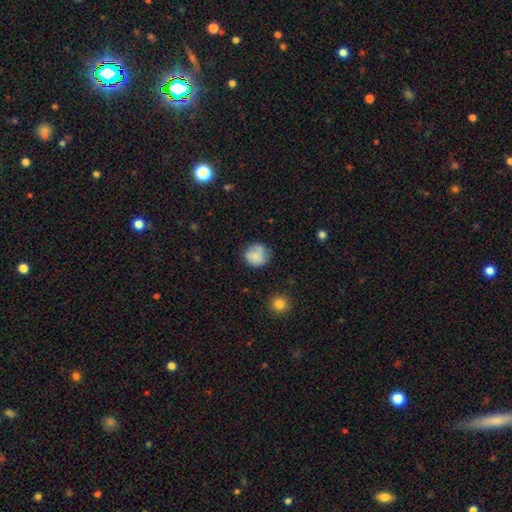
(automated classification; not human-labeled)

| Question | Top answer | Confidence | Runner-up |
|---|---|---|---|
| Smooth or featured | smooth | 77% | featured or disk (14%) |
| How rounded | round | 85% | in between (14%) |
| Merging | none | 65% | minor disturbance (23%) |